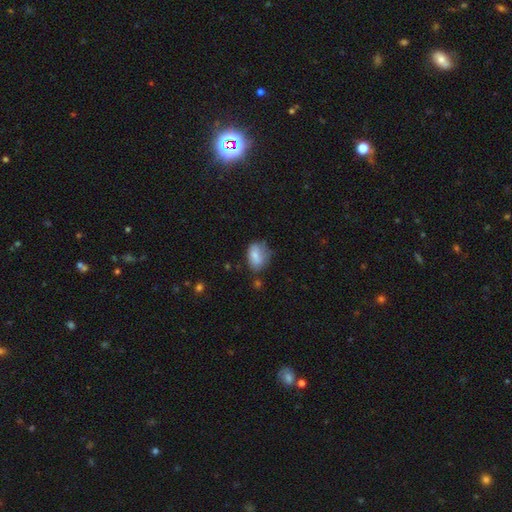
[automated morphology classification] A smooth galaxy with no disk features (73%) that is in between round and cigar-shaped (78%). Merging: none (49%).